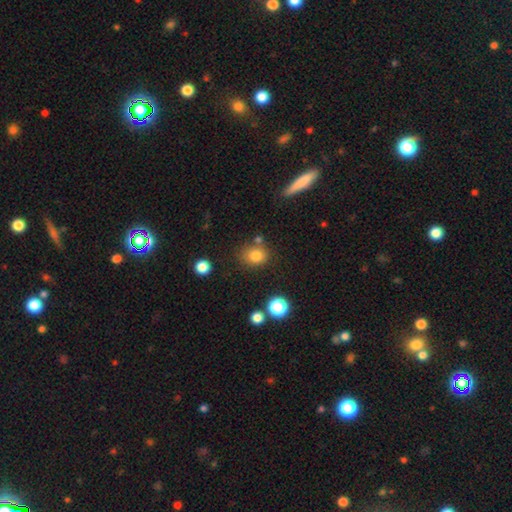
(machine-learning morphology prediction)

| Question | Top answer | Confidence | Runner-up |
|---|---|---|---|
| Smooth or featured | smooth | 79% | star or artifact (13%) |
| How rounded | round | 62% | in between (37%) |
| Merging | none | 72% | minor disturbance (14%) |